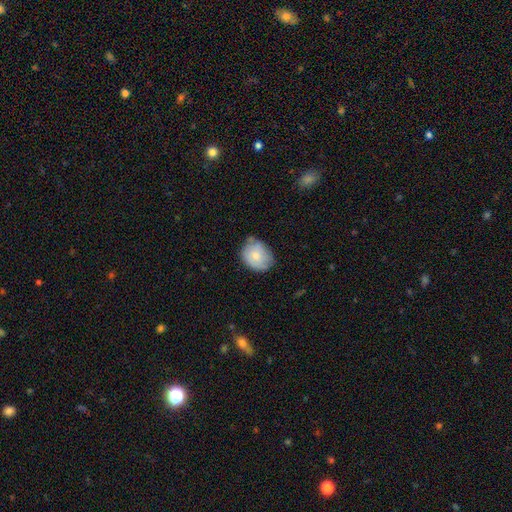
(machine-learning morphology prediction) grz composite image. It shows a smooth galaxy with no disk features (63%) that is round (55%). Merging: none (62%).